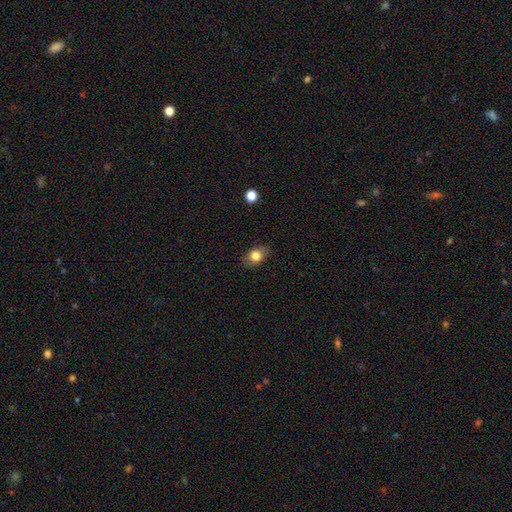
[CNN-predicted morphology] A smooth galaxy with no disk features (77%) that is in between round and cigar-shaped (79%). Merging: none (84%).